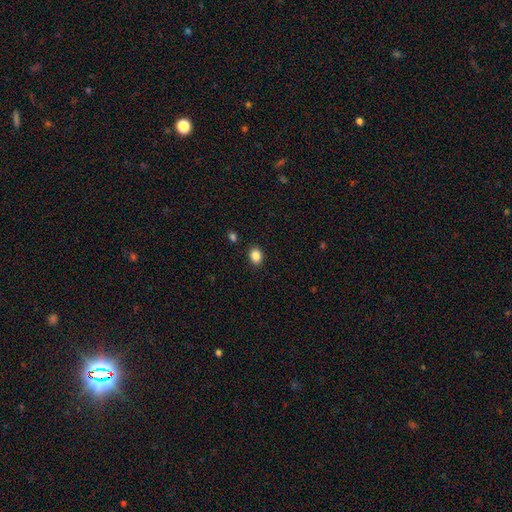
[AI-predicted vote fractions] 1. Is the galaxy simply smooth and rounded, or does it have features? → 86% smooth, 10% star or artifact, 4% featured or disk.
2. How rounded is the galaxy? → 56% in between, 43% round, 1% cigar-shaped.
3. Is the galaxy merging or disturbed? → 88% none, 8% minor disturbance, 2% major disturbance, 2% merger.